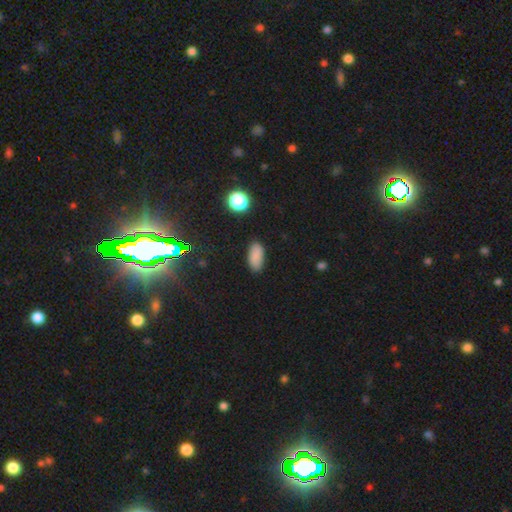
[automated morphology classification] smooth 84%, star or artifact 11%, featured or disk 4%. Down the decision tree: how rounded — in between (90%); merging — none (84%).